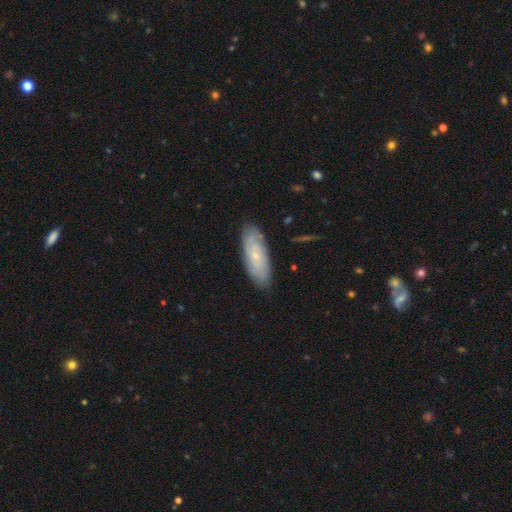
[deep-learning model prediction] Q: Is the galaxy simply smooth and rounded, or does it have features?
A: featured or disk — 49%.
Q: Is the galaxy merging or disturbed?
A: none — 83%.